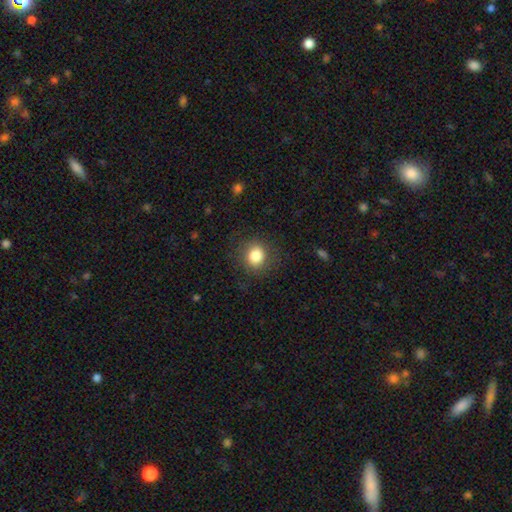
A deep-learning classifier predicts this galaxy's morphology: The model was most divided on "how rounded": round: 79%, in between: 21%, cigar-shaped: 1%. More confident: merging — none (84%); smooth or featured — smooth (83%).